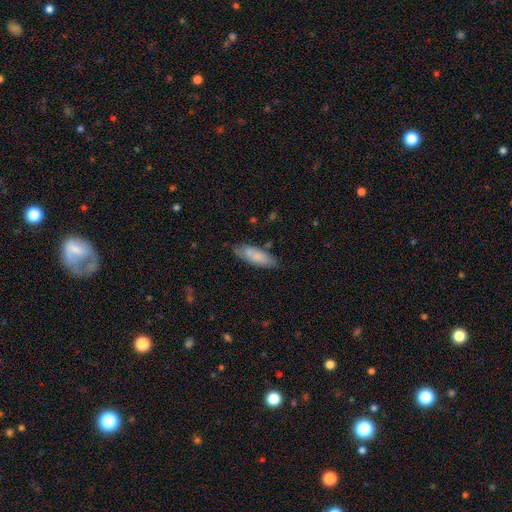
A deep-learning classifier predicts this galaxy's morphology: smooth_or_featured: smooth (p=0.76) [alt: featured or disk p=0.18]
how_rounded: in between (p=0.60) [alt: cigar-shaped p=0.38]
merging: none (p=0.75) [alt: minor disturbance p=0.18]